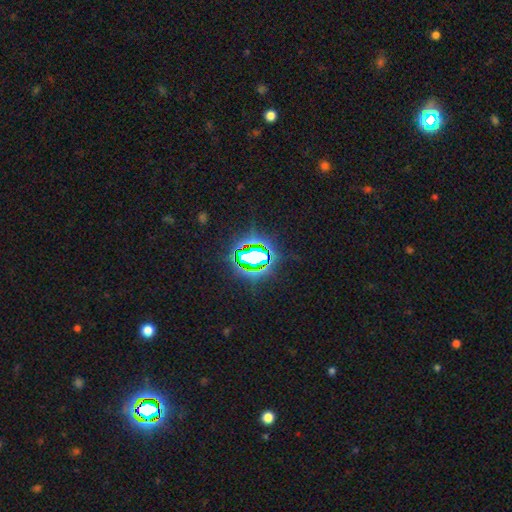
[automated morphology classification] Smooth or featured: star or artifact — 82% (smooth — 11%)